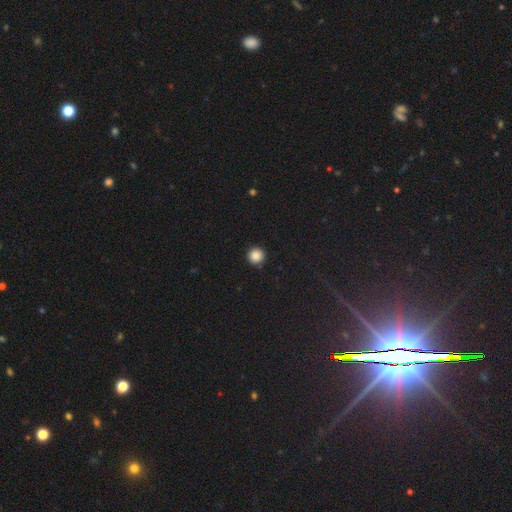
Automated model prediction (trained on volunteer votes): Smooth or featured: smooth — 86% (star or artifact — 10%)
How rounded: round — 96% (in between — 3%)
Merging: none — 92% (minor disturbance — 5%)